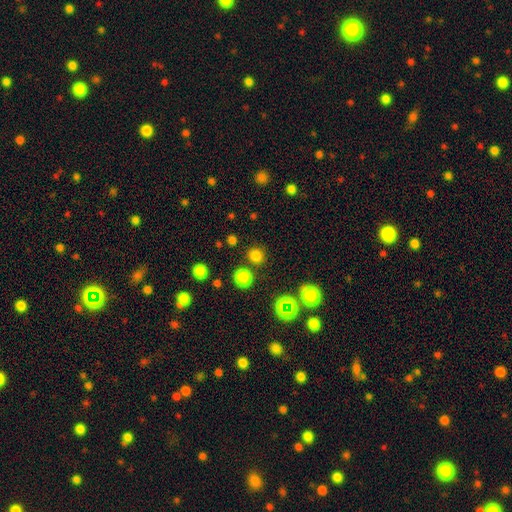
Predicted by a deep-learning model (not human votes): Overall: smooth (76%). How rounded: round (90%). Merging: none (82%).